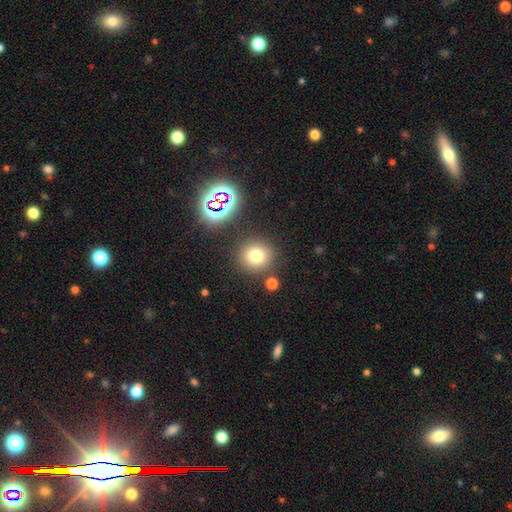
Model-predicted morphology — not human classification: smooth-or-featured: smooth: 73% | star or artifact: 18% | featured or disk: 9%
  how-rounded: round: 91% | in between: 8% | cigar-shaped: 1%
  merging: none: 83% | minor disturbance: 8% | merger: 6% | major disturbance: 3%